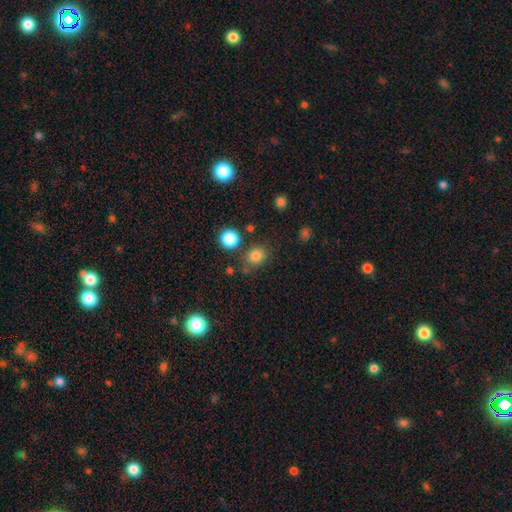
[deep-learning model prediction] This appears to be a smooth galaxy with no disk features (80%) that is round (75%). Merging: none (77%).